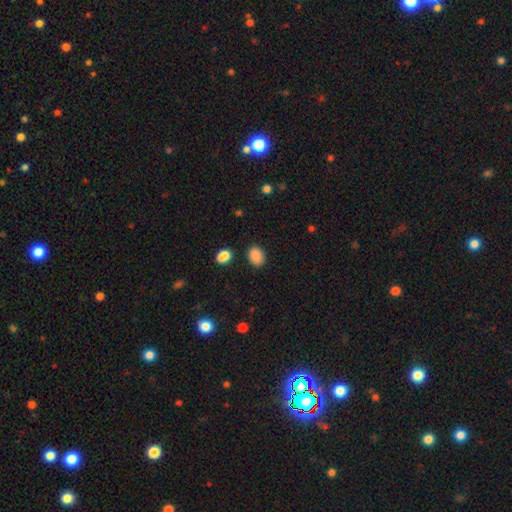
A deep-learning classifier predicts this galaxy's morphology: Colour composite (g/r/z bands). It shows a smooth galaxy with no disk features (88%) that is in between round and cigar-shaped (61%). Merging: none (84%).